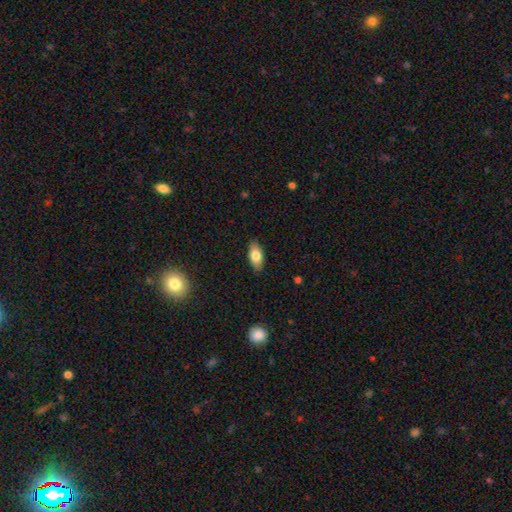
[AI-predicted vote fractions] This is likely a smooth galaxy (77%). How rounded: clearly in between (88%). Merging: clearly none (87%).